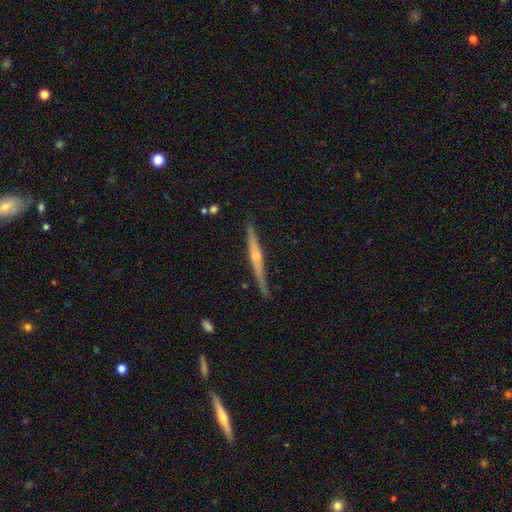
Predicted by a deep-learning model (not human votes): A featured or disk galaxy (75%) viewed edge-on (98%) with a rounded central bulge (80%).

Vote fractions:
- Smooth or featured? featured or disk: 75% / smooth: 20% / star or artifact: 5%
- Edge-on disk? yes: 98% / no: 2%
- Edge-on bulge? rounded: 80% / none: 15% / boxy: 5%
- Merging? none: 85% / minor disturbance: 12% / major disturbance: 2% / merger: 2%